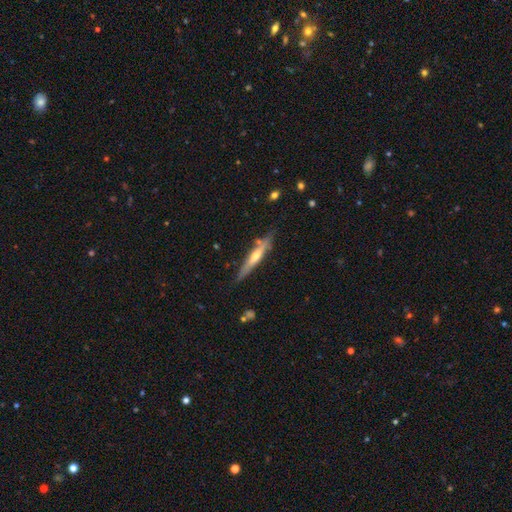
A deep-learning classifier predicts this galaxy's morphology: Smooth or featured? Predicted: featured or disk (p=0.60). Edge-on disk? Predicted: yes (p=0.93). Edge-on bulge? Predicted: rounded (p=0.75). Merging? Predicted: none (p=0.76).